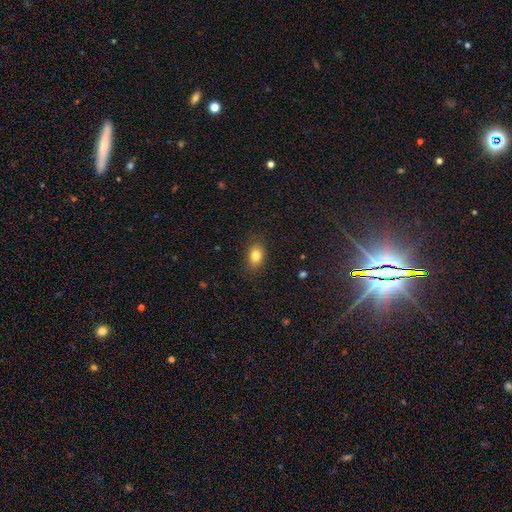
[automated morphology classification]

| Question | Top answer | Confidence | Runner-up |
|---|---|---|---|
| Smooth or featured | smooth | 81% | star or artifact (10%) |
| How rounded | in between | 77% | round (22%) |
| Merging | none | 84% | minor disturbance (12%) |